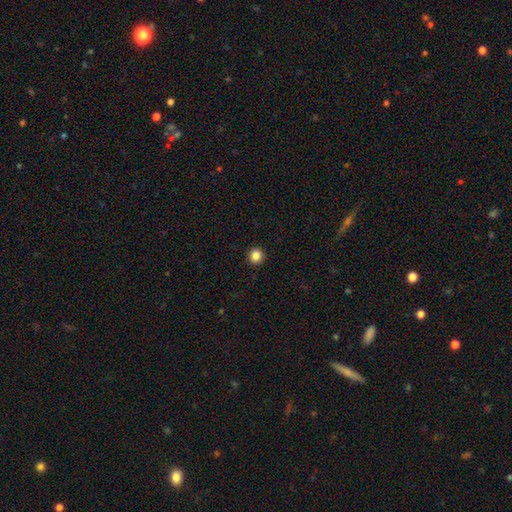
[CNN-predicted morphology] Smooth or featured?
  - smooth: 85% *
  - star or artifact: 11%
  - featured or disk: 4%
How rounded?
  - round: 93% *
  - in between: 6%
  - cigar-shaped: 1%
Merging?
  - none: 94% *
  - minor disturbance: 4%
  - major disturbance: 1%
  - merger: 1%